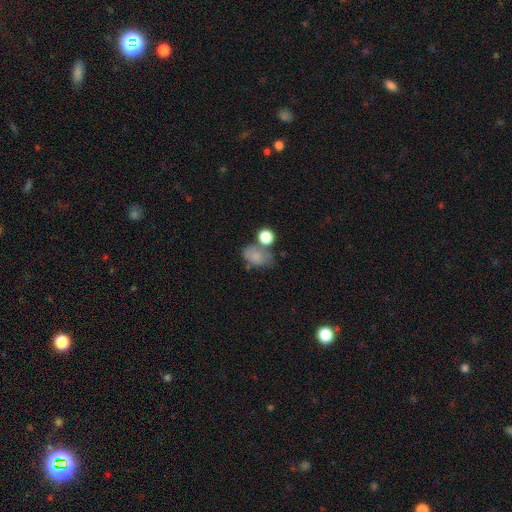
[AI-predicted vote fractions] Morphology: type=smooth (73%); roundness=in between (75%); merging=none (38%).